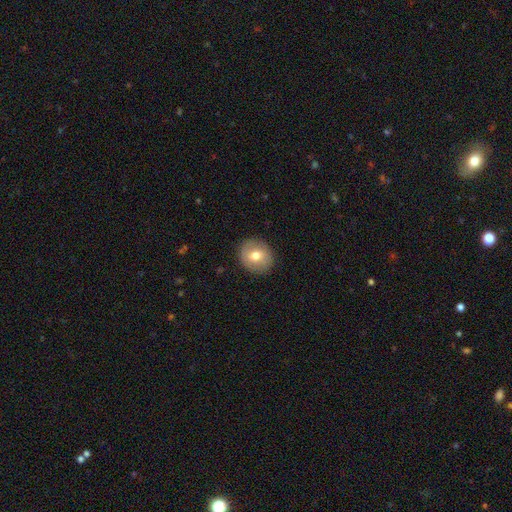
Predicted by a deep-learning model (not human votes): smooth 70%, featured or disk 22%, star or artifact 8%. Down the decision tree: how rounded — round (82%); merging — none (89%).